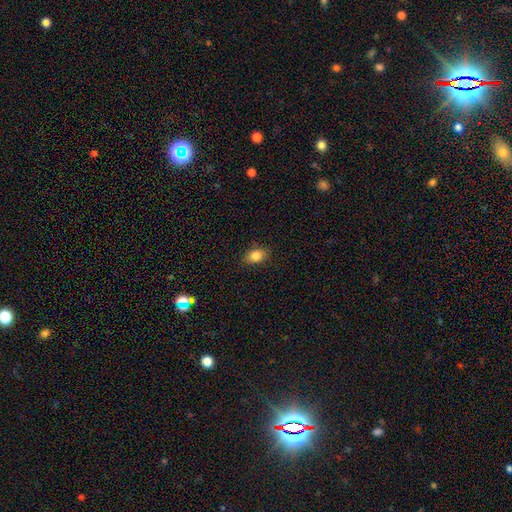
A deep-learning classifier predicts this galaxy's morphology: Smooth or featured? Predicted: smooth (p=0.84). How rounded? Predicted: in between (p=0.79). Merging? Predicted: none (p=0.85).